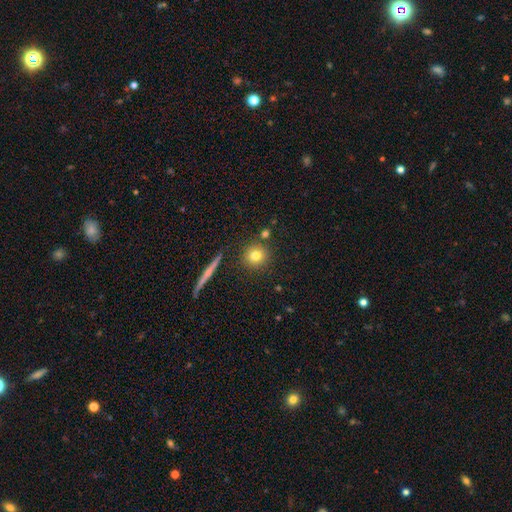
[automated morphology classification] A smooth galaxy with no disk features (78%) that is round (92%). Merging: none (85%).